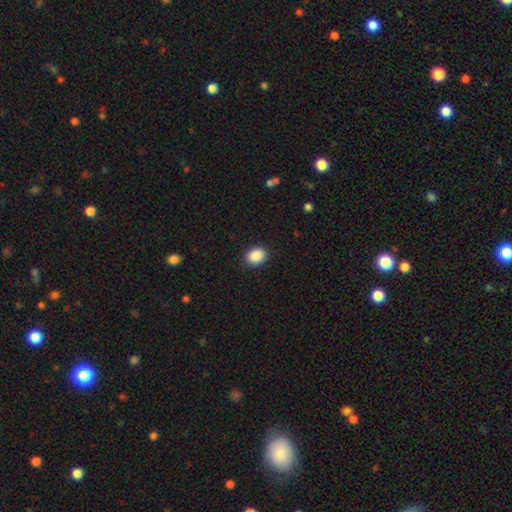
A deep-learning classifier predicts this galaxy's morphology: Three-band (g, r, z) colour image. It shows a smooth galaxy with no disk features (89%) that is in between round and cigar-shaped (50%, tied with round). Merging: none (90%).